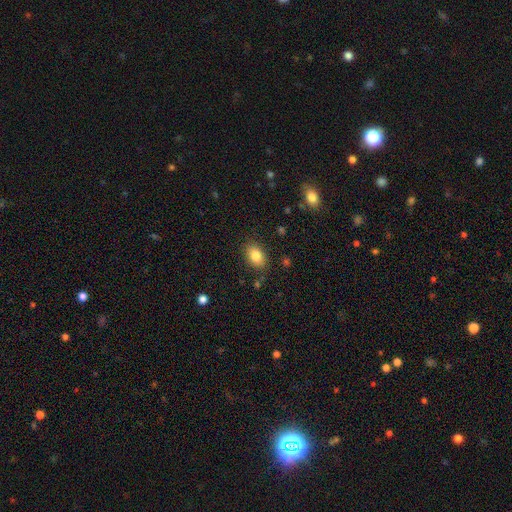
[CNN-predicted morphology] Smooth or featured? smooth (82%)
How rounded? in between (84%)
Merging? none (85%)